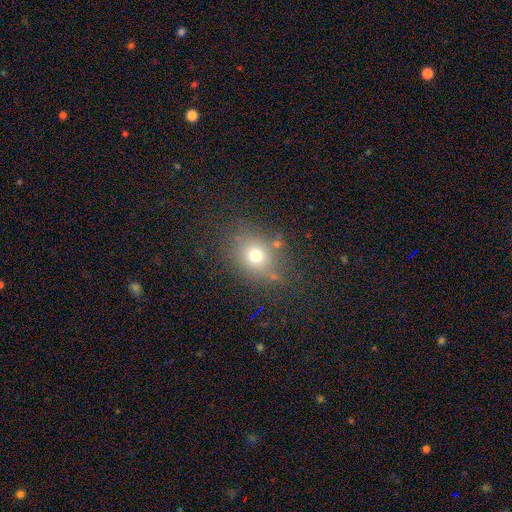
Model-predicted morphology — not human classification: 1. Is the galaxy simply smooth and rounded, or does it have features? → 69% smooth, 18% star or artifact, 12% featured or disk.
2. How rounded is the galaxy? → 58% round, 40% in between, 1% cigar-shaped.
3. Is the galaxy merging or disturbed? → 77% none, 14% minor disturbance, 6% major disturbance, 3% merger.